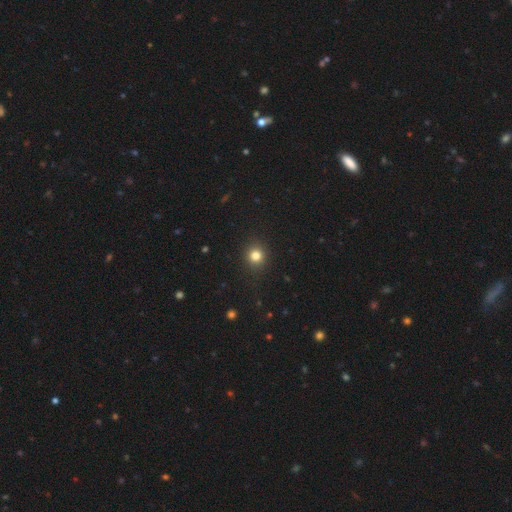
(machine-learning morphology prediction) smooth 81%, star or artifact 14%, featured or disk 6%. Down the decision tree: how rounded — round (87%); merging — none (91%).